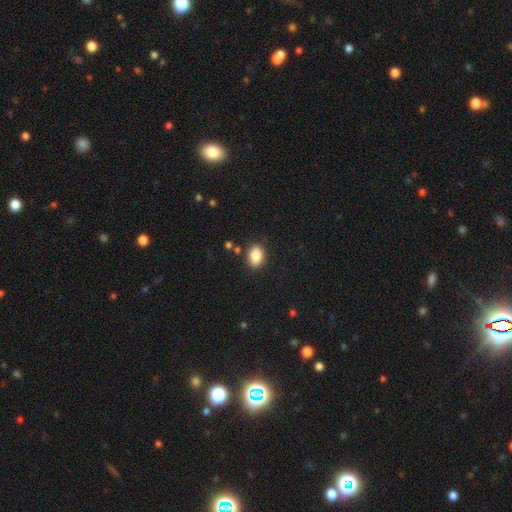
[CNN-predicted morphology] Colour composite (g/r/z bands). It shows a smooth galaxy with no disk features (86%) that is in between round and cigar-shaped (83%). Merging: none (86%).